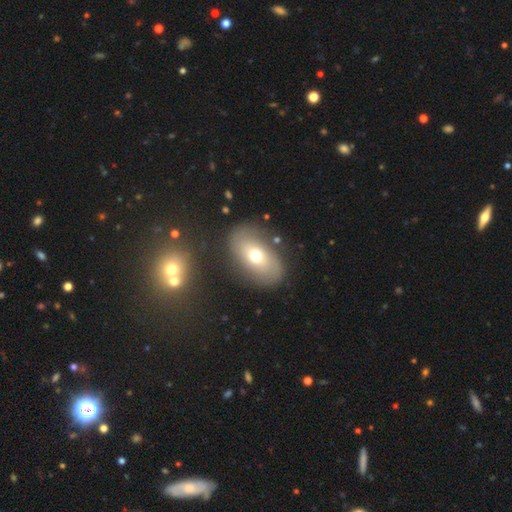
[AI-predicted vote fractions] smooth 60%, featured or disk 30%, star or artifact 10%. Down the decision tree: how rounded — in between (86%); merging — none (79%).